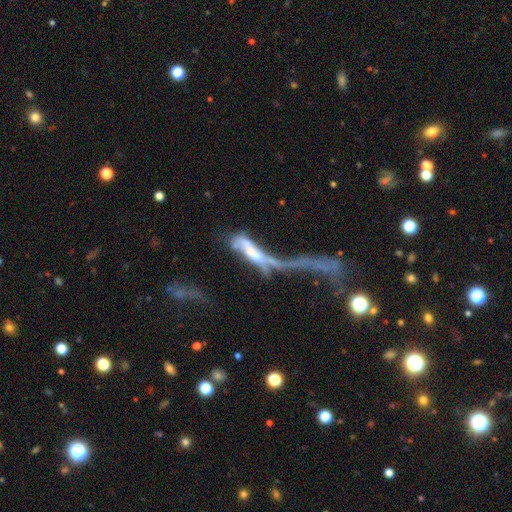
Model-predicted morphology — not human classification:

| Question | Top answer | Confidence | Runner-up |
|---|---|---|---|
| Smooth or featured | featured or disk | 53% | smooth (36%) |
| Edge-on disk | no | 71% | yes (29%) |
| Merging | merger | 49% | major disturbance (35%) |